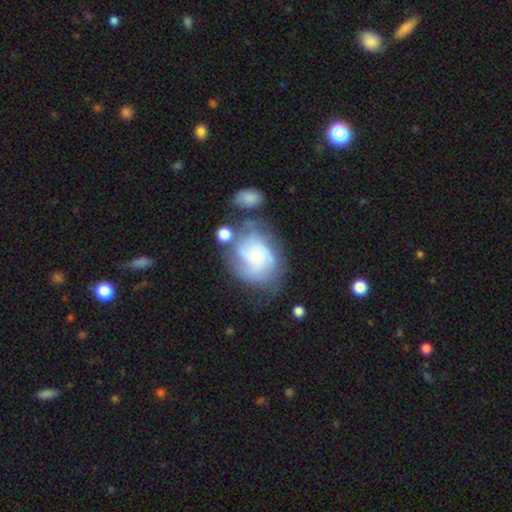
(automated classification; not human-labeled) Morphology: type=featured or disk (61%); edge-on=no (97%); bar=no (75%); spiral arms=yes (84%); bulge=small (61%); merging=none (47%).